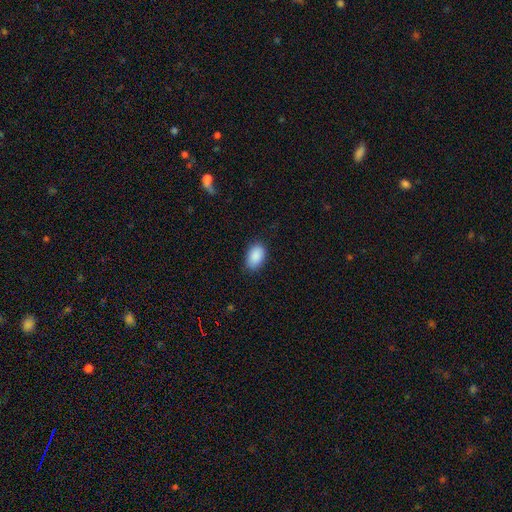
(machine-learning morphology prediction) Smooth or featured?
  - smooth: 90% *
  - star or artifact: 7%
  - featured or disk: 3%
How rounded?
  - in between: 92% *
  - round: 7%
  - cigar-shaped: 1%
Merging?
  - none: 84% *
  - minor disturbance: 12%
  - major disturbance: 3%
  - merger: 1%